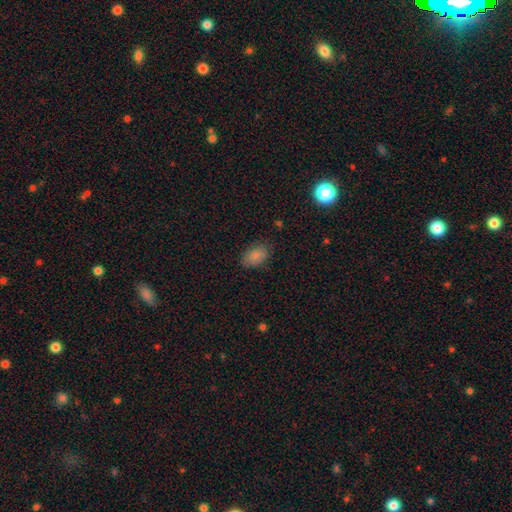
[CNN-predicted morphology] Smooth or featured? Predicted: smooth (p=0.86). How rounded? Predicted: in between (p=0.89). Merging? Predicted: none (p=0.80).